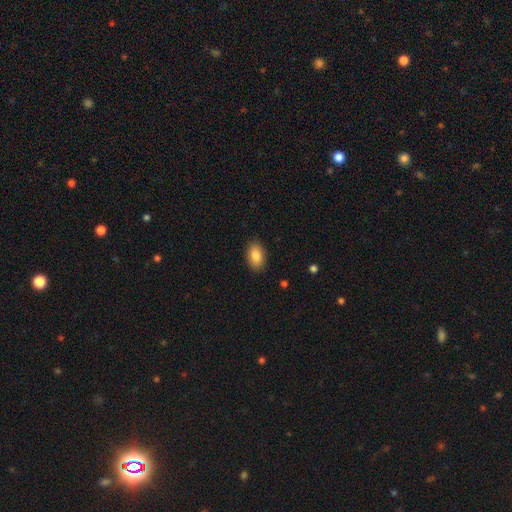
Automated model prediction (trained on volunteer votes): The model was most divided on "smooth or featured": smooth: 86%, star or artifact: 7%, featured or disk: 7%. More confident: how rounded — in between (91%); merging — none (88%).